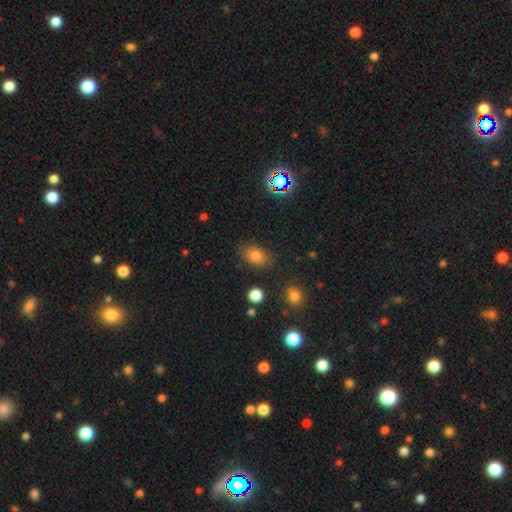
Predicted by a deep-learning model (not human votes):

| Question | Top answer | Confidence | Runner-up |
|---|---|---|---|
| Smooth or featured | smooth | 75% | star or artifact (14%) |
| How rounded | in between | 79% | round (20%) |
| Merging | none | 79% | minor disturbance (15%) |